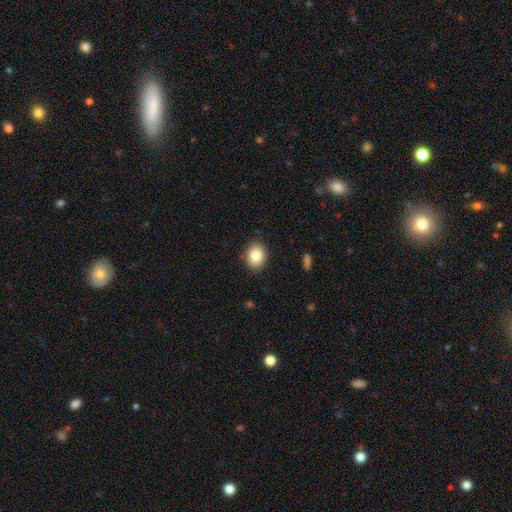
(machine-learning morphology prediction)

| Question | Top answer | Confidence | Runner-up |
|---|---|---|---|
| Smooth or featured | smooth | 84% | star or artifact (9%) |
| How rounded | round | 51% | in between (48%) |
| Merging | none | 89% | minor disturbance (8%) |